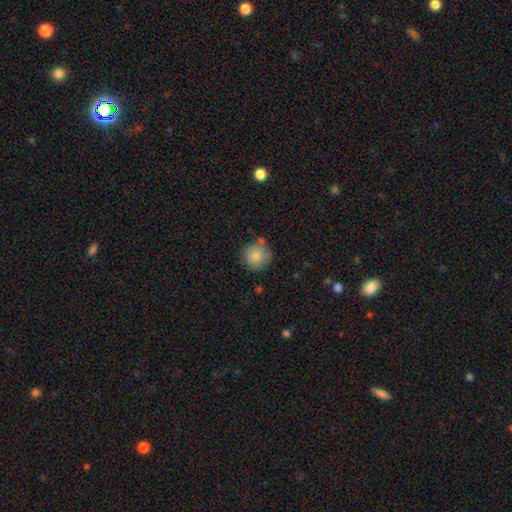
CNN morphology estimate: Smooth or featured?
  - smooth: 82% *
  - featured or disk: 10%
  - star or artifact: 8%
How rounded?
  - round: 93% *
  - in between: 7%
  - cigar-shaped: 1%
Merging?
  - none: 72% *
  - minor disturbance: 17%
  - merger: 7%
  - major disturbance: 4%